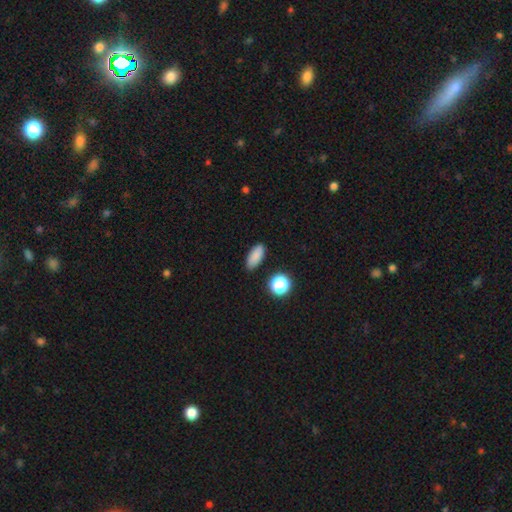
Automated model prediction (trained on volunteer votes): Smooth or featured? smooth (85%)
How rounded? in between (82%)
Merging? none (87%)